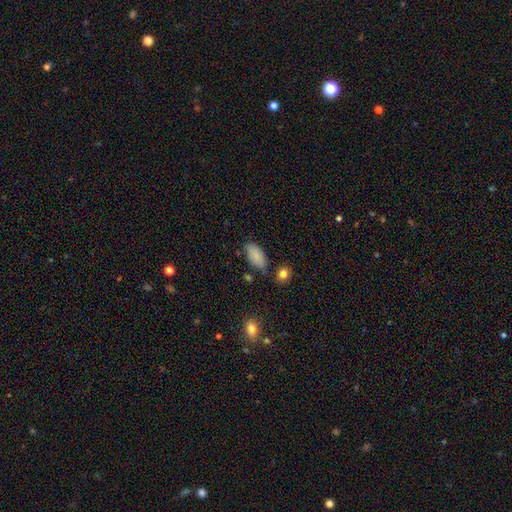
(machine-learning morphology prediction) This is clearly a smooth galaxy (87%). How rounded: clearly in between (93%). Merging: likely none (78%).